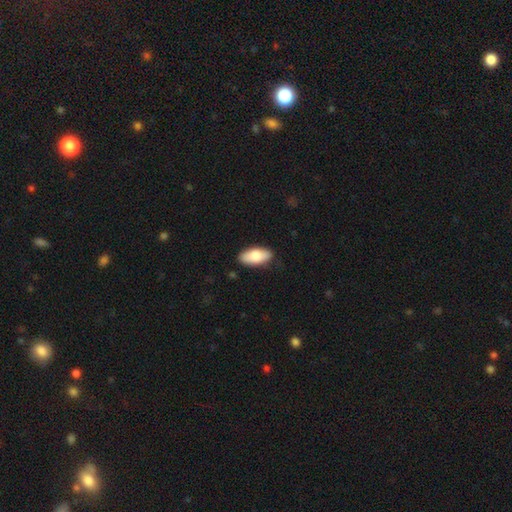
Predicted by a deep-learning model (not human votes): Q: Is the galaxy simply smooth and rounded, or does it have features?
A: smooth — 79%.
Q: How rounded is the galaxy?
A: in between — 89%.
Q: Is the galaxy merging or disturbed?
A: none — 86%.